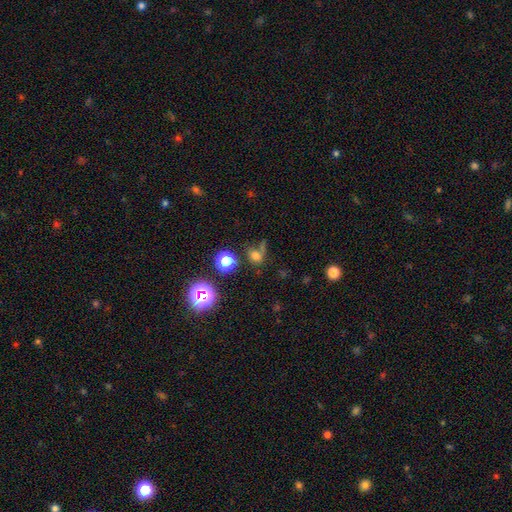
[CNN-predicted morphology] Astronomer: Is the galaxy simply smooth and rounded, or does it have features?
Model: smooth — 64%.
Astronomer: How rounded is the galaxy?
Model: round — 65%.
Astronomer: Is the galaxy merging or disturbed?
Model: none — 49%.